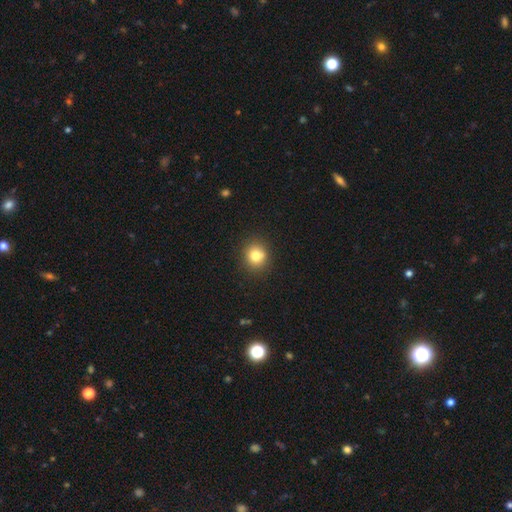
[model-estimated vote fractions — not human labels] This is likely a smooth galaxy (79%). How rounded: clearly round (86%). Merging: clearly none (87%).